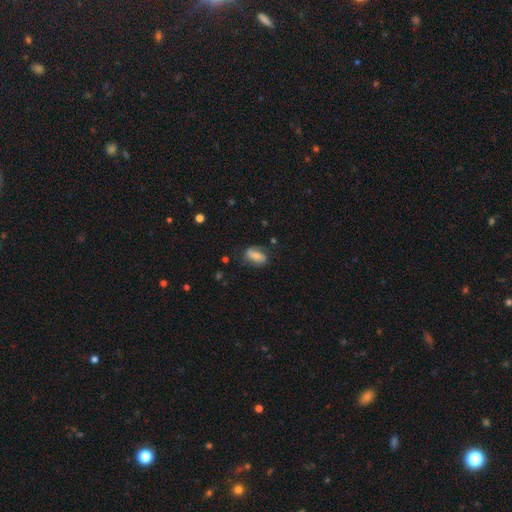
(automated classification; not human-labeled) Smooth or featured: smooth — 53% (featured or disk — 38%)
How rounded: in between — 85% (round — 9%)
Merging: none — 61% (minor disturbance — 25%)